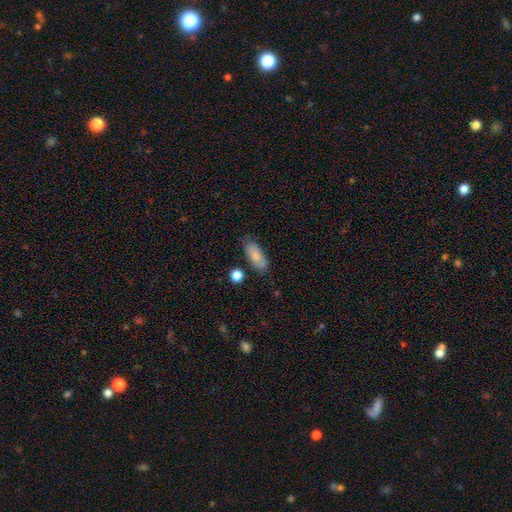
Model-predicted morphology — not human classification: Overall: smooth (79%). How rounded: in between (81%). Merging: none (70%).